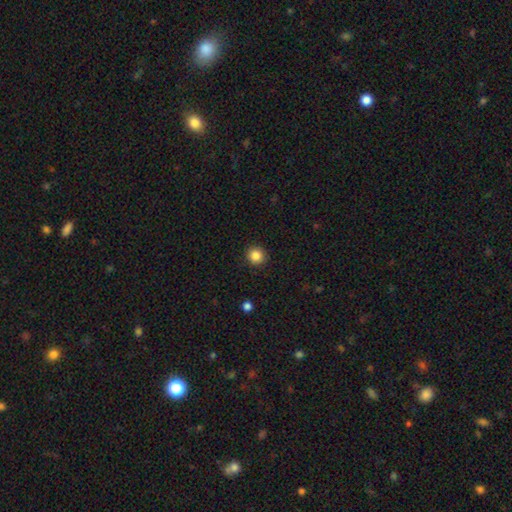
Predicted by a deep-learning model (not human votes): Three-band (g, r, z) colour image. It shows a smooth galaxy with no disk features (86%) that is round (93%). Merging: none (92%).